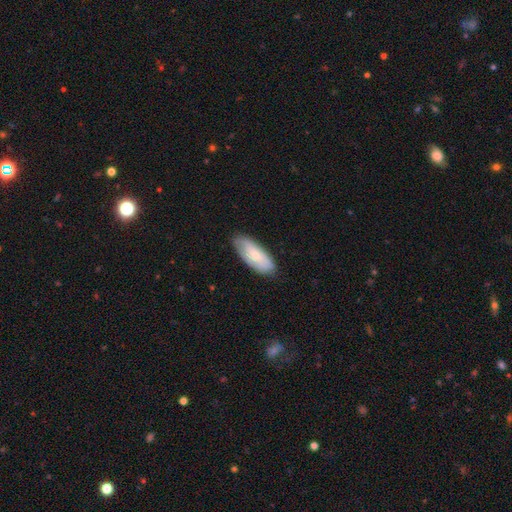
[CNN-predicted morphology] smooth_or_featured: smooth (p=0.64) [alt: featured or disk p=0.30]
how_rounded: in between (p=0.81) [alt: cigar-shaped p=0.17]
merging: none (p=0.77) [alt: minor disturbance p=0.19]